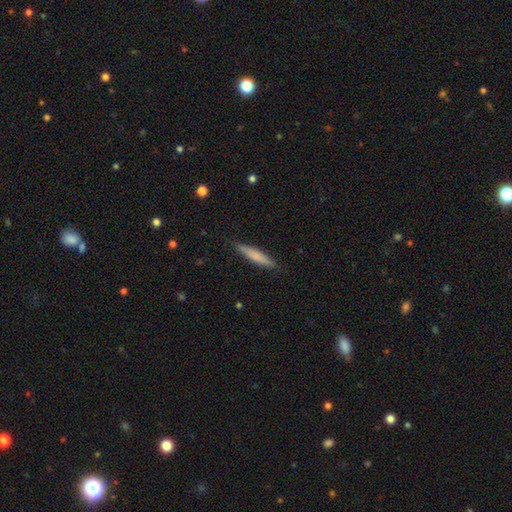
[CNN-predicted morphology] This appears to be a smooth galaxy with no disk features (71%) that is cigar-shaped (90%). Merging: none (87%).